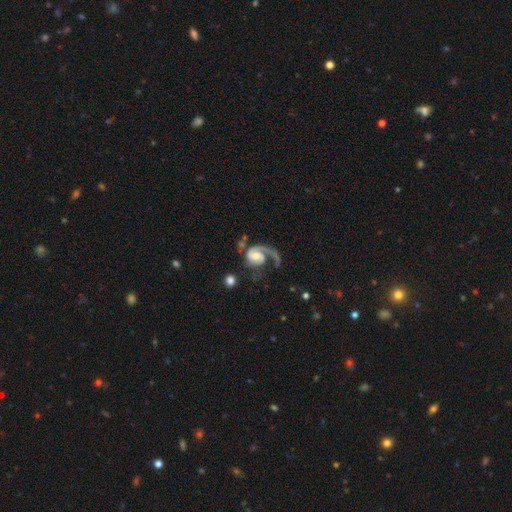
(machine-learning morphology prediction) Smooth or featured? featured or disk (87%)
Edge-on disk? no (98%)
Bar? no (55%)
Spiral arms? yes (95%)
Spiral winding? medium (41%)
Spiral arm count? 1 (71%)
Bulge size? moderate (65%)
Merging? none (39%)